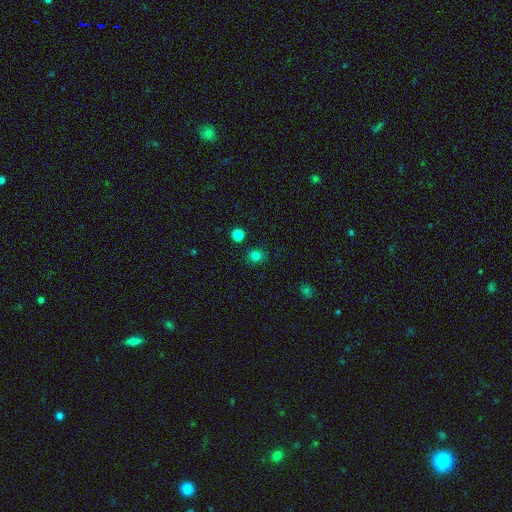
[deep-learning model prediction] The model was most divided on "smooth or featured": smooth: 80%, star or artifact: 15%, featured or disk: 4%. More confident: how rounded — round (87%); merging — none (86%).